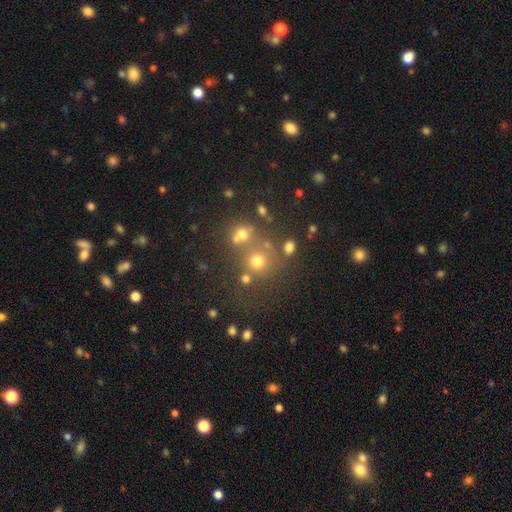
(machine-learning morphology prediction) Overall: smooth (50%; star or artifact 35%). How rounded: round (85%). Merging: none (54%; merger 35%).